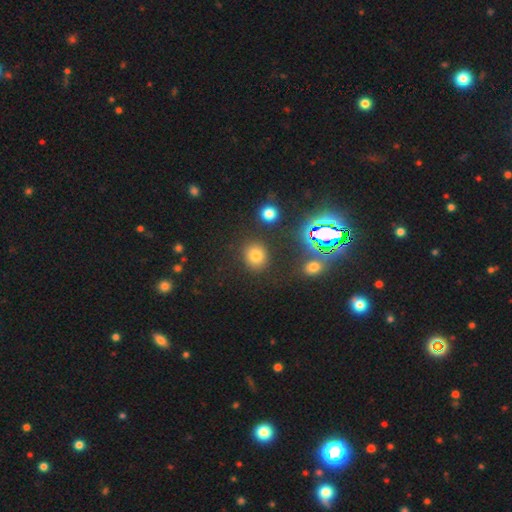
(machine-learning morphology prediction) type=smooth (72%); roundness=round (80%); merging=none (85%).